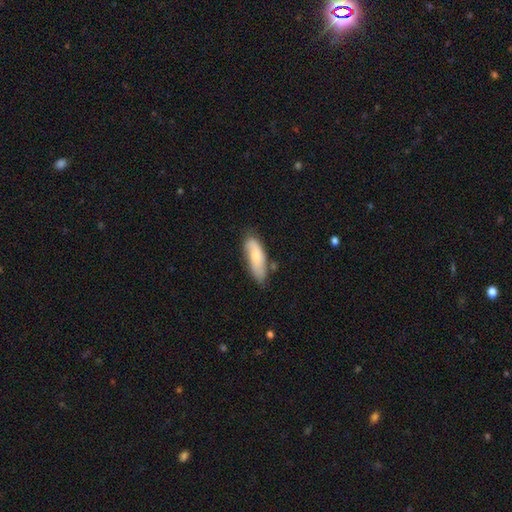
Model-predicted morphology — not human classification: smooth_or_featured: smooth (p=0.68) [alt: featured or disk p=0.26]
how_rounded: in between (p=0.67) [alt: cigar-shaped p=0.31]
merging: none (p=0.60) [alt: minor disturbance p=0.29]